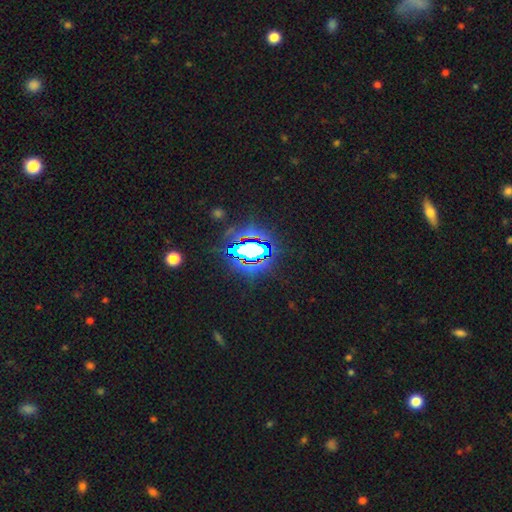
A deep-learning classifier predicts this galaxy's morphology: smooth-or-featured: star or artifact: 70% | smooth: 17% | featured or disk: 12%